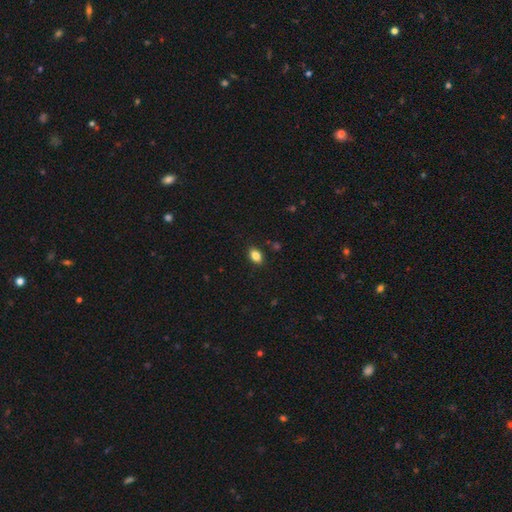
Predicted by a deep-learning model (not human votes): smooth_or_featured: smooth (p=0.84) [alt: star or artifact p=0.10]
how_rounded: in between (p=0.81) [alt: round p=0.18]
merging: none (p=0.88) [alt: minor disturbance p=0.09]